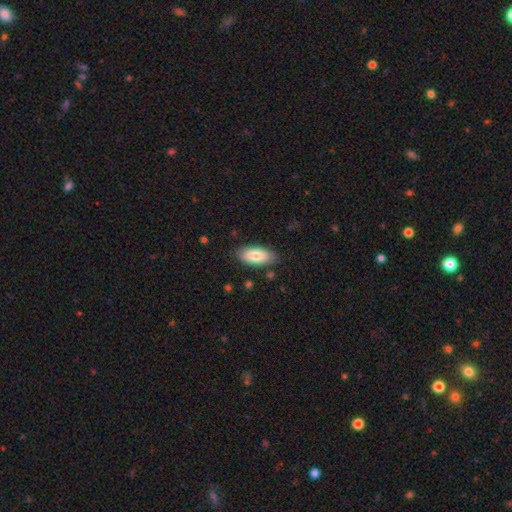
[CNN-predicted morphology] smooth-or-featured: smooth: 79% | featured or disk: 15% | star or artifact: 6%
  how-rounded: in between: 88% | cigar-shaped: 10% | round: 2%
  merging: none: 83% | minor disturbance: 13% | major disturbance: 3% | merger: 2%